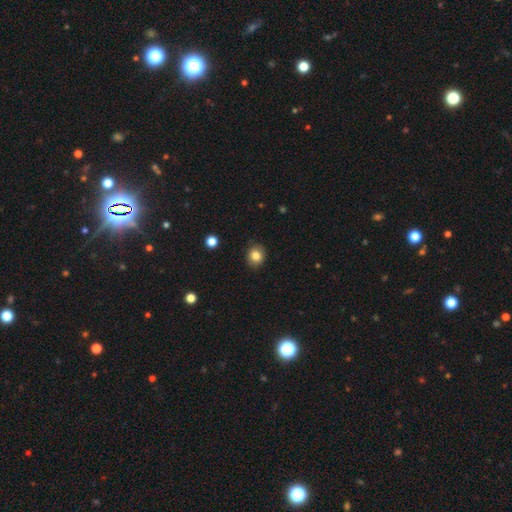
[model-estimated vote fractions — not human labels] Overall: smooth (83%). How rounded: round (65%; in between 34%). Merging: none (87%).